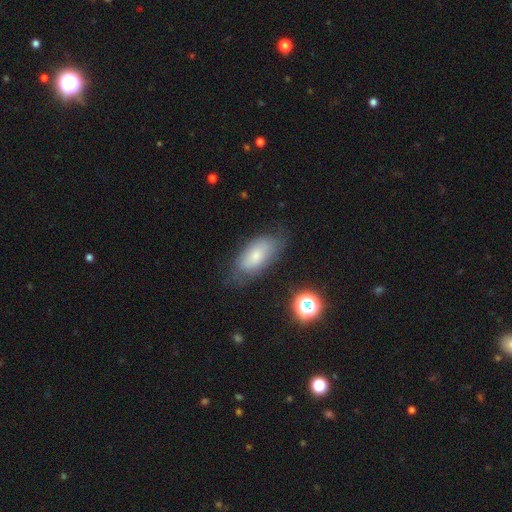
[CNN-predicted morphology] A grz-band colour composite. It shows a smooth galaxy with no disk features (66%) that is in between round and cigar-shaped (90%). Merging: none (64%).